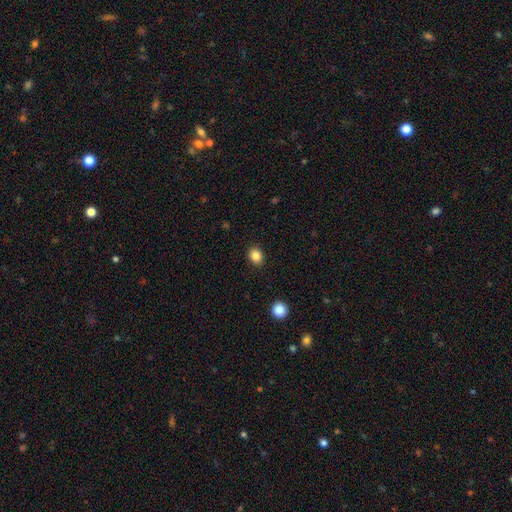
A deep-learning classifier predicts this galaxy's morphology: Overall: smooth (85%). How rounded: round (58%; in between 41%). Merging: none (91%).